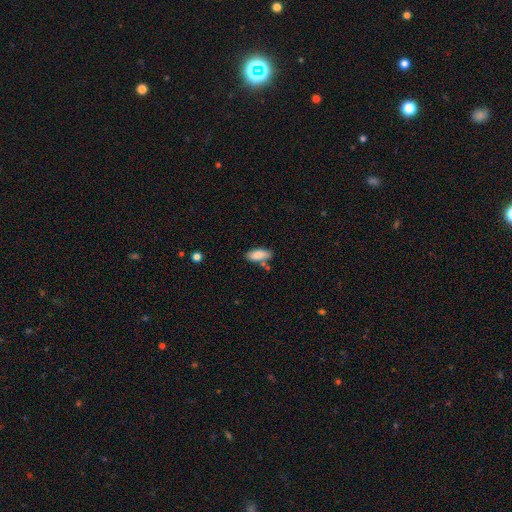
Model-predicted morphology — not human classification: Smooth or featured?
  - smooth: 85% *
  - featured or disk: 8%
  - star or artifact: 7%
How rounded?
  - in between: 80% *
  - cigar-shaped: 18%
  - round: 2%
Merging?
  - none: 69% *
  - minor disturbance: 18%
  - merger: 10%
  - major disturbance: 4%